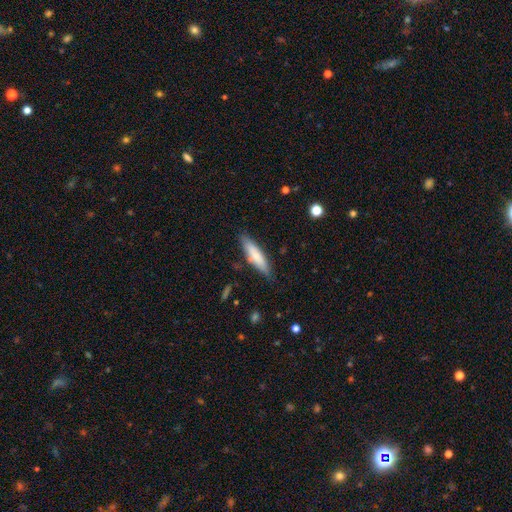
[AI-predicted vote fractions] Q: Smooth or featured?
A: smooth (71%); runner-up: featured or disk (23%)
Q: How rounded?
A: cigar-shaped (76%); runner-up: in between (23%)
Q: Merging?
A: none (80%); runner-up: minor disturbance (14%)